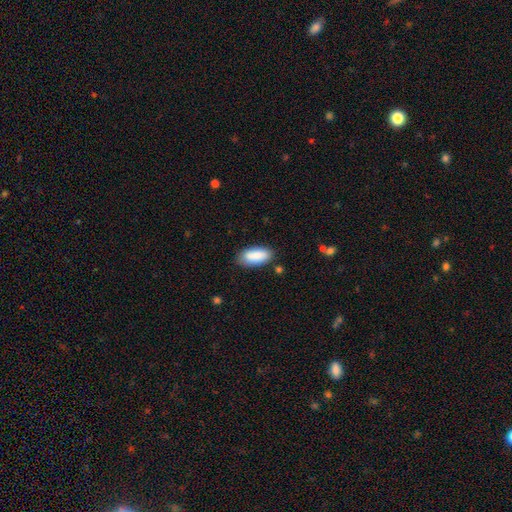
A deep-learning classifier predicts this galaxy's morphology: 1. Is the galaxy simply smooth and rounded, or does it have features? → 87% smooth, 7% featured or disk, 6% star or artifact.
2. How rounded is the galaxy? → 88% in between, 10% cigar-shaped, 2% round.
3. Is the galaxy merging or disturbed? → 79% none, 15% minor disturbance, 3% major disturbance, 3% merger.